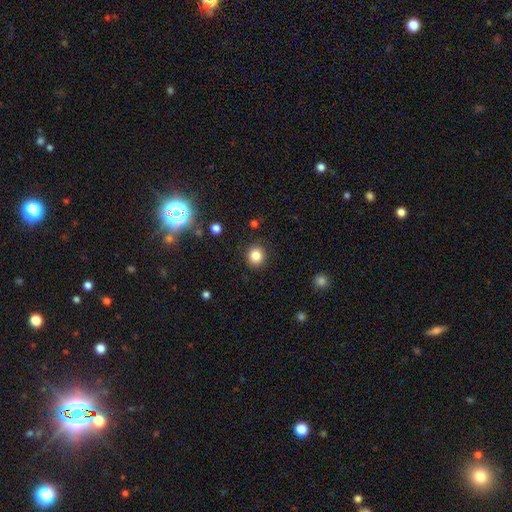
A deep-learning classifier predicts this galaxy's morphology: Smooth or featured? smooth (83%)
How rounded? round (85%)
Merging? none (90%)